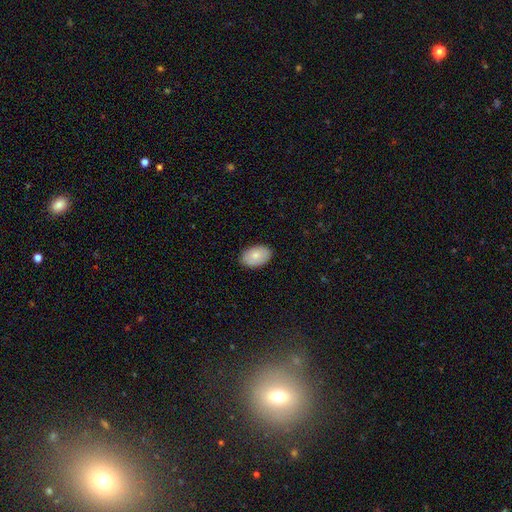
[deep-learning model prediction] Smooth or featured?
  - smooth: 78% *
  - featured or disk: 16%
  - star or artifact: 6%
How rounded?
  - in between: 91% *
  - round: 8%
  - cigar-shaped: 1%
Merging?
  - none: 87% *
  - minor disturbance: 10%
  - major disturbance: 2%
  - merger: 1%